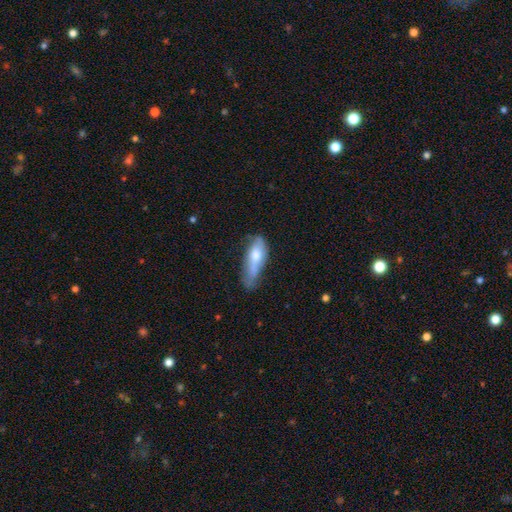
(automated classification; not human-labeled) Overall: smooth (62%; featured or disk 31%). How rounded: in between (55%; cigar-shaped 43%). Merging: minor disturbance (39%; none 38%).